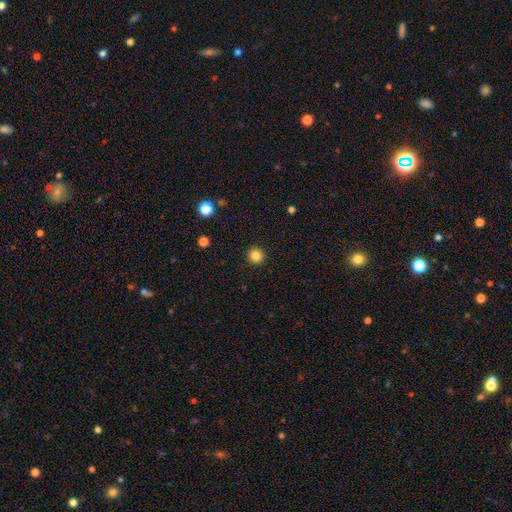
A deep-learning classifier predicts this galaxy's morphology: Smooth or featured?
  - smooth: 84% *
  - star or artifact: 12%
  - featured or disk: 4%
How rounded?
  - round: 95% *
  - in between: 4%
  - cigar-shaped: 1%
Merging?
  - none: 93% *
  - minor disturbance: 5%
  - major disturbance: 2%
  - merger: 1%